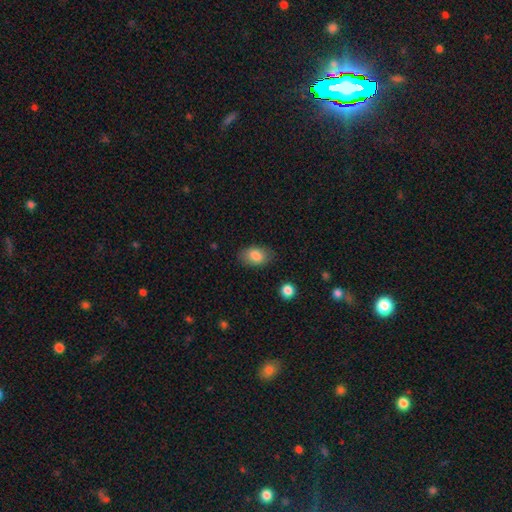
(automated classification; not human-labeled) This appears to be a smooth galaxy with no disk features (84%) that is in between round and cigar-shaped (86%). Merging: none (81%).